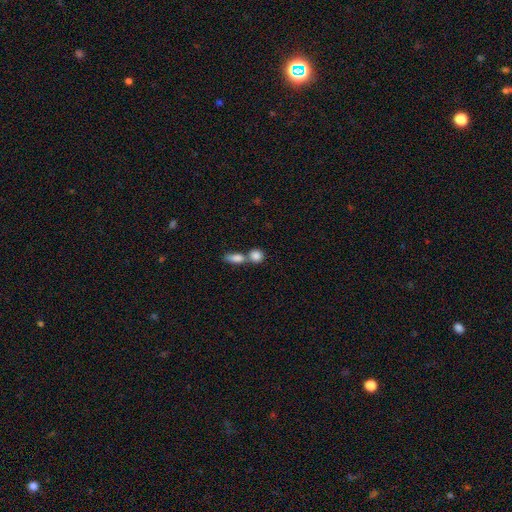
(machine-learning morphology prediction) type=smooth (85%); roundness=round (70%); merging=merger (51%).